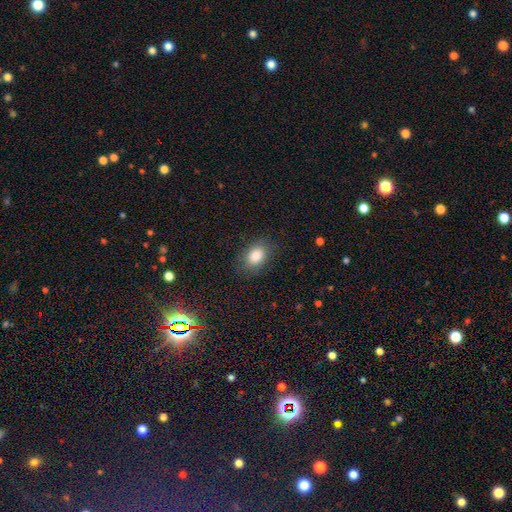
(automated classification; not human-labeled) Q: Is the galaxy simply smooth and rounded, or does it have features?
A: smooth — 85%.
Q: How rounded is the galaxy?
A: in between — 77%.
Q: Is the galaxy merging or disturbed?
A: none — 82%.